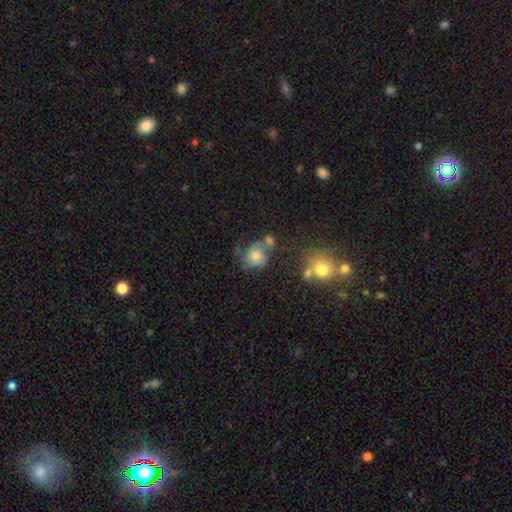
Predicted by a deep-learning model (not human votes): Overall: smooth (67%). How rounded: round (77%). Merging: none (43%; merger 21%).